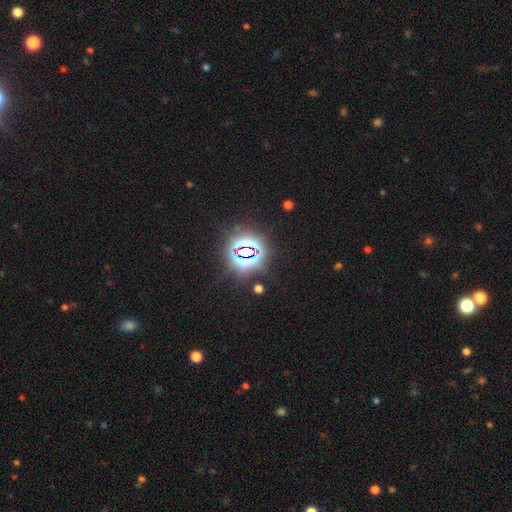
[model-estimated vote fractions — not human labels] This is clearly a star or artifact rather than a galaxy (81%).